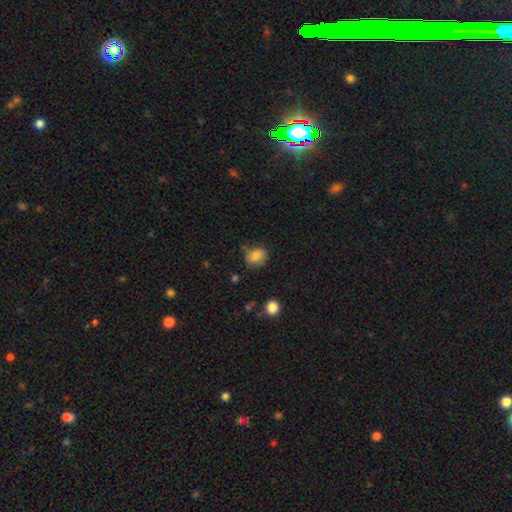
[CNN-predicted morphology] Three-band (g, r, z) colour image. It shows a smooth galaxy with no disk features (82%) that is round (67%). Merging: none (74%).